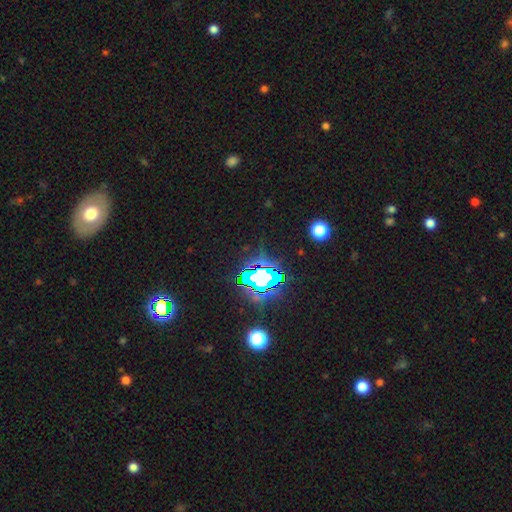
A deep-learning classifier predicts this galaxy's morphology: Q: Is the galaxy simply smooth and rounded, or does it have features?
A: star or artifact — 76%.